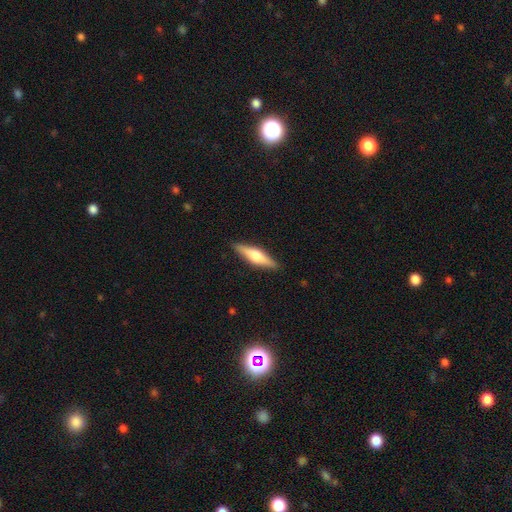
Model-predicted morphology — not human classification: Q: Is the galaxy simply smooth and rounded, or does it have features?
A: featured or disk — 51%.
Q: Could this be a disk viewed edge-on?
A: yes — 95%.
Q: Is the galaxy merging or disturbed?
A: none — 90%.